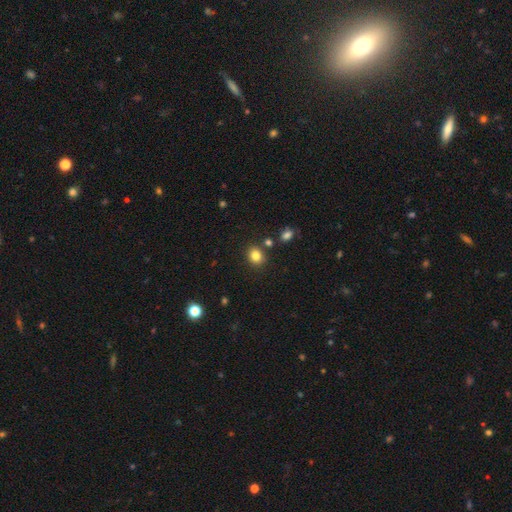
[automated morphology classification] This is clearly a smooth galaxy (82%). How rounded: likely round (64%). Merging: clearly none (83%).